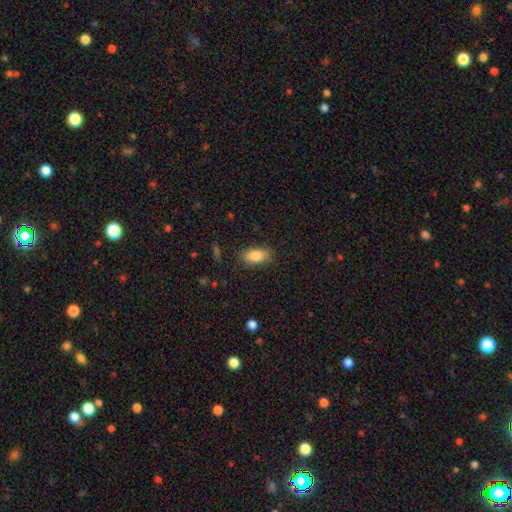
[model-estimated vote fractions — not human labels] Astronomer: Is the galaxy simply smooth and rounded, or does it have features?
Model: smooth — 85%.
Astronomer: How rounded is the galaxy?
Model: in between — 89%.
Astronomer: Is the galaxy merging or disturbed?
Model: none — 83%.